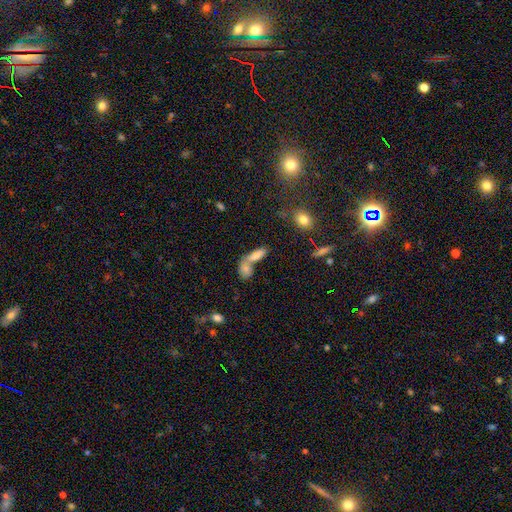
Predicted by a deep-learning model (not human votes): This appears to be a smooth galaxy with no disk features (74%) that is in between round and cigar-shaped (63%). Merging: merger (58%).